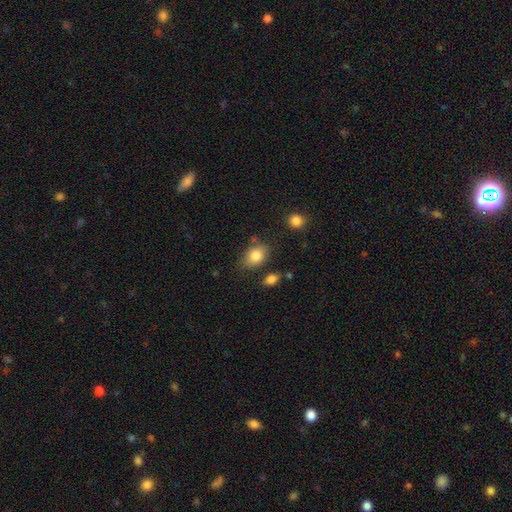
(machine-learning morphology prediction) A smooth galaxy with no disk features (84%) that is in between round and cigar-shaped (76%).

Vote fractions:
- Smooth or featured? smooth: 84% / featured or disk: 8% / star or artifact: 8%
- How rounded? in between: 76% / round: 22% / cigar-shaped: 1%
- Merging? none: 70% / minor disturbance: 19% / merger: 6% / major disturbance: 5%